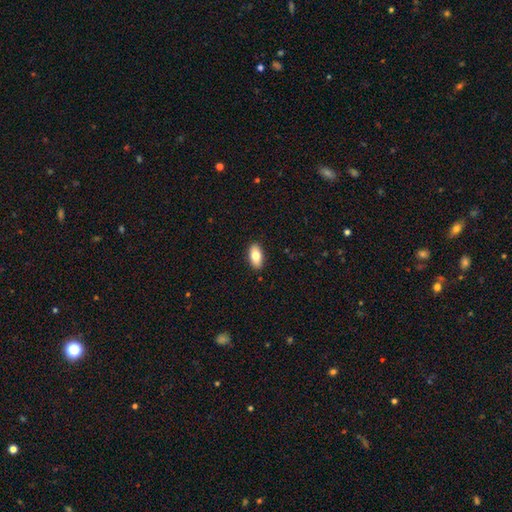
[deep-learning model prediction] The model was most divided on "smooth or featured": smooth: 79%, featured or disk: 14%, star or artifact: 7%. More confident: how rounded — in between (91%); merging — none (89%).